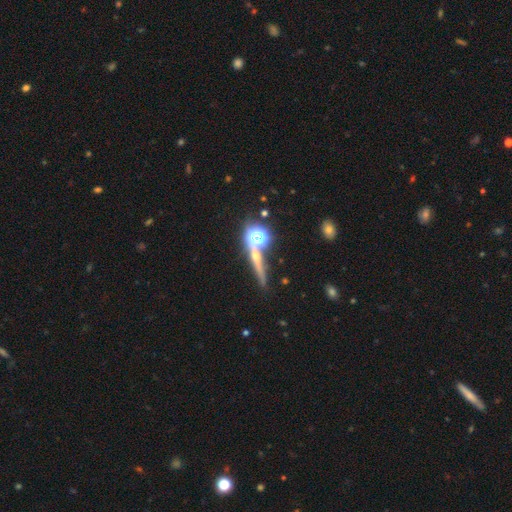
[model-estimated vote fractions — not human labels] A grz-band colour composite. It shows a featured or disk galaxy (37%). Merging: none (72%).